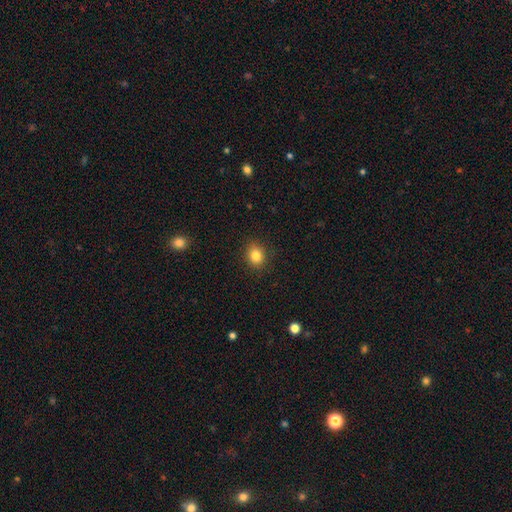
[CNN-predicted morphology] Smooth or featured? Predicted: smooth (p=0.83). How rounded? Predicted: round (p=0.57). Merging? Predicted: none (p=0.88).